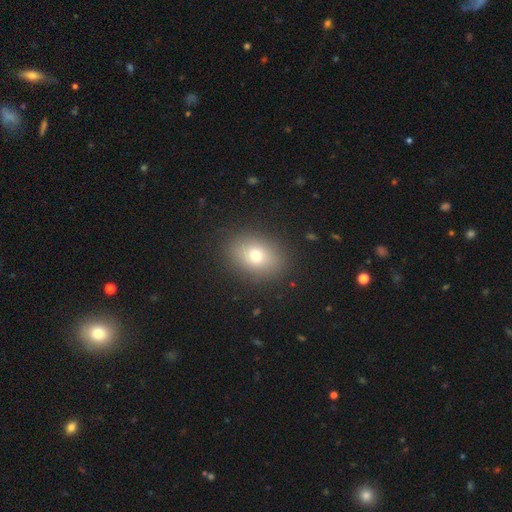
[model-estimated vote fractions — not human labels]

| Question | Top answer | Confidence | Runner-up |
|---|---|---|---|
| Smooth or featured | smooth | 74% | featured or disk (13%) |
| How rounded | in between | 65% | round (34%) |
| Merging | none | 87% | minor disturbance (9%) |